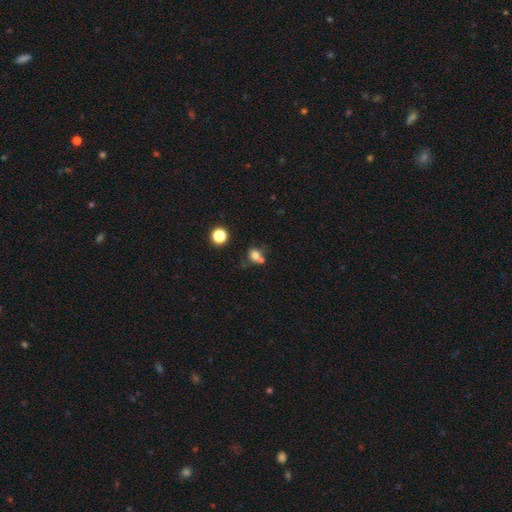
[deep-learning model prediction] Overall: smooth (73%). How rounded: round (56%; in between 43%). Merging: none (43%; merger 34%).